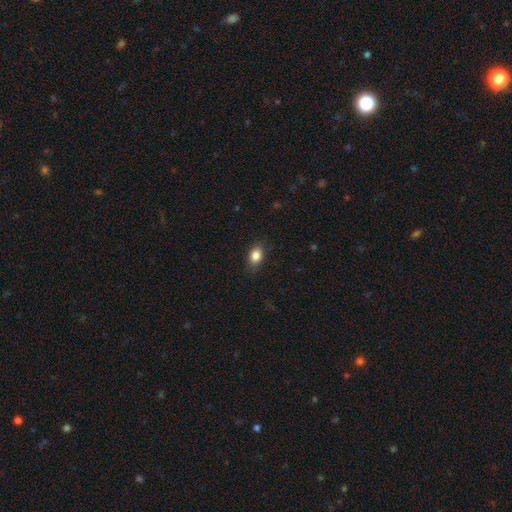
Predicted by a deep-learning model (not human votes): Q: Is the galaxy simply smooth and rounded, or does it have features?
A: smooth — 85%.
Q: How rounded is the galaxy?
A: in between — 79%.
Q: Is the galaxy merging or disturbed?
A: none — 84%.